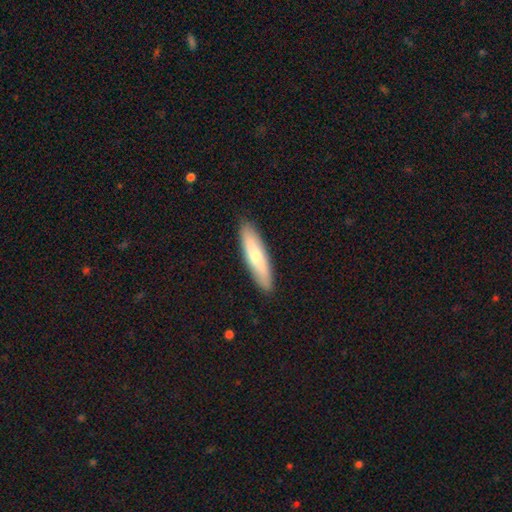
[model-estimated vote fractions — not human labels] Smooth or featured? Predicted: smooth (p=0.67). How rounded? Predicted: cigar-shaped (p=0.77). Merging? Predicted: none (p=0.90).